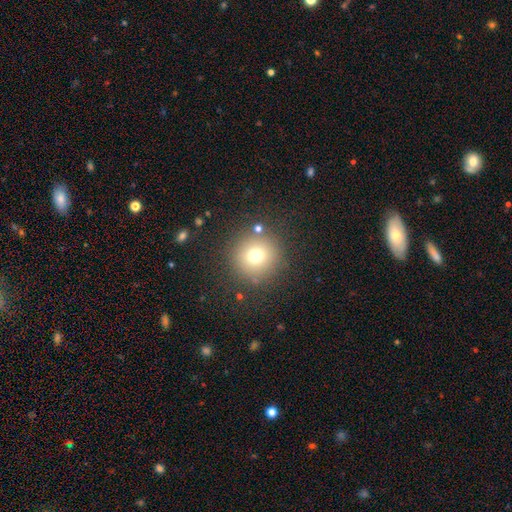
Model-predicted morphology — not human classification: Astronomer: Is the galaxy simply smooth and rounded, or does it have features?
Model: smooth — 72%.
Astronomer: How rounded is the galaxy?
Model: round — 95%.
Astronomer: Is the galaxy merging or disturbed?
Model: none — 85%.